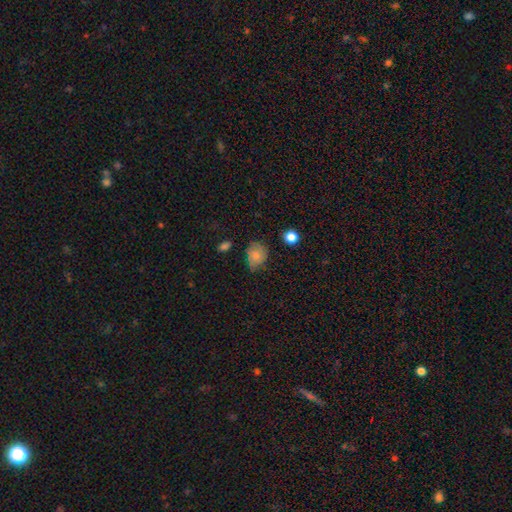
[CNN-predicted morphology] Smooth or featured: smooth — 76% (featured or disk — 14%)
How rounded: in between — 56% (round — 43%)
Merging: none — 52% (minor disturbance — 36%)